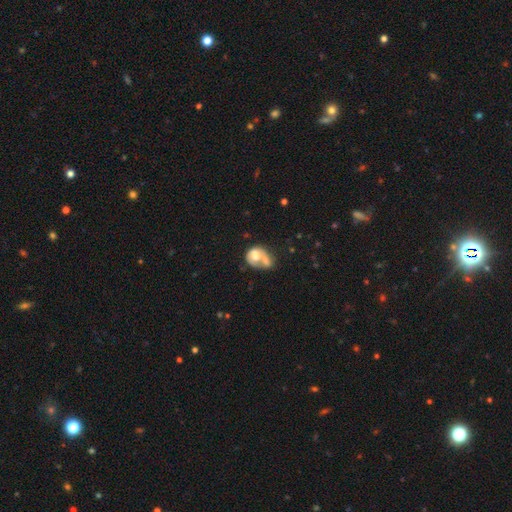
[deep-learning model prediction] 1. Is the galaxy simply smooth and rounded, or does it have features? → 53% smooth, 39% featured or disk, 8% star or artifact.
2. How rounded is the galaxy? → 51% in between, 48% round, 1% cigar-shaped.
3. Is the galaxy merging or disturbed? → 48% merger, 20% none, 17% major disturbance, 15% minor disturbance.